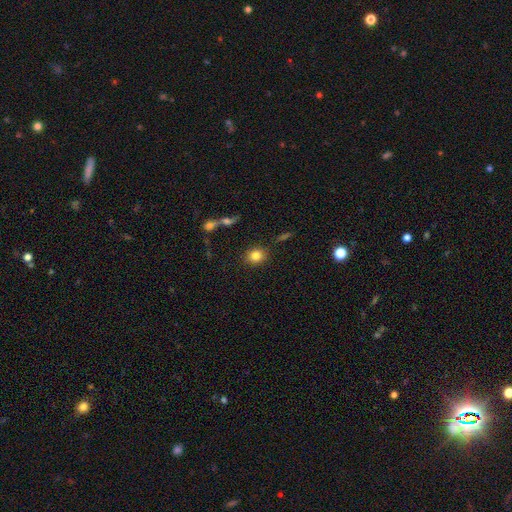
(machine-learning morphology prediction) Q: Smooth or featured?
A: smooth (82%); runner-up: star or artifact (10%)
Q: How rounded?
A: round (68%); runner-up: in between (31%)
Q: Merging?
A: none (86%); runner-up: minor disturbance (8%)